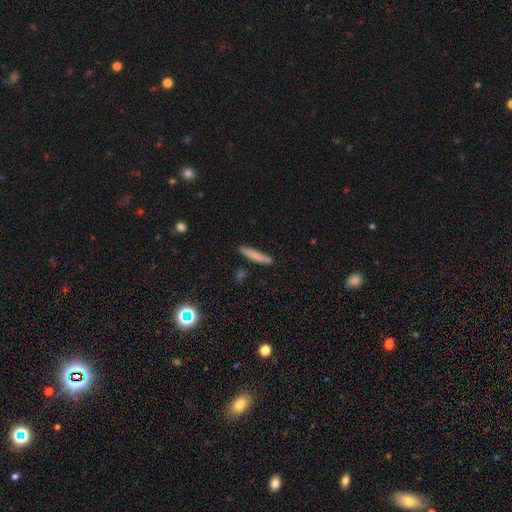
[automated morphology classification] The model was most divided on "smooth or featured": smooth: 78%, featured or disk: 14%, star or artifact: 7%. More confident: how rounded — cigar-shaped (90%); merging — none (79%).